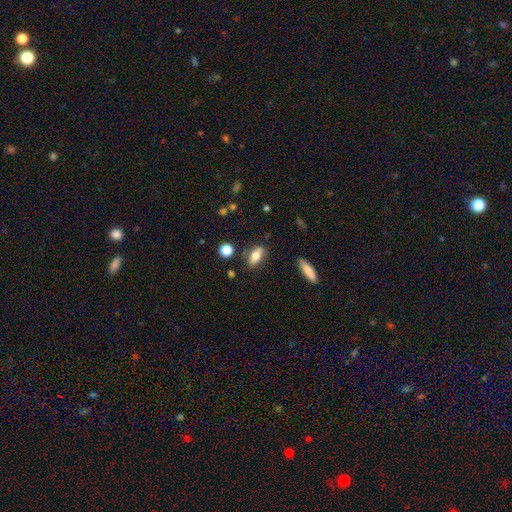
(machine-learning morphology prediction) A smooth galaxy with no disk features (73%) that is in between round and cigar-shaped (78%). Merging: none (78%).